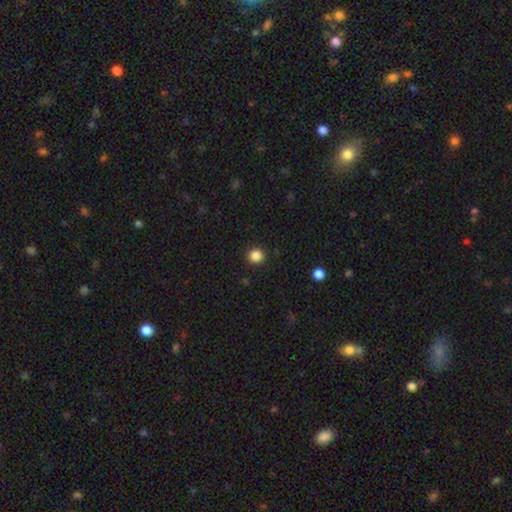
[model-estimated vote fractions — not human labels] Smooth or featured? Predicted: smooth (p=0.86). How rounded? Predicted: round (p=0.89). Merging? Predicted: none (p=0.92).